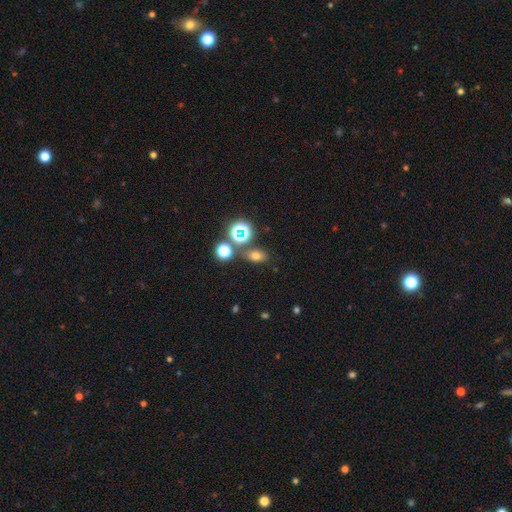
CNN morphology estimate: Q: Smooth or featured?
A: smooth (63%); runner-up: star or artifact (27%)
Q: How rounded?
A: in between (70%); runner-up: round (28%)
Q: Merging?
A: none (75%); runner-up: minor disturbance (11%)